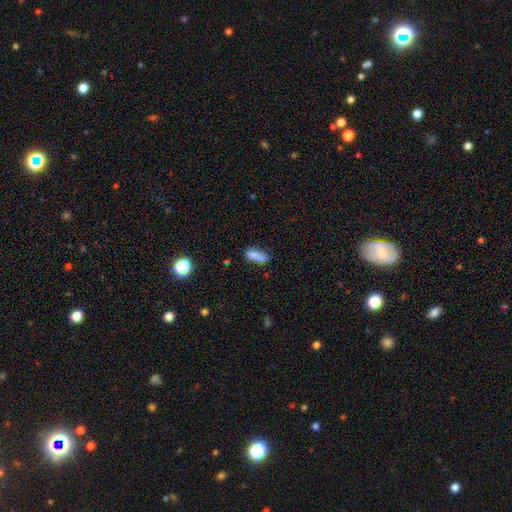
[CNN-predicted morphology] This appears to be a smooth galaxy with no disk features (80%) that is in between round and cigar-shaped (63%). Merging: none (56%).